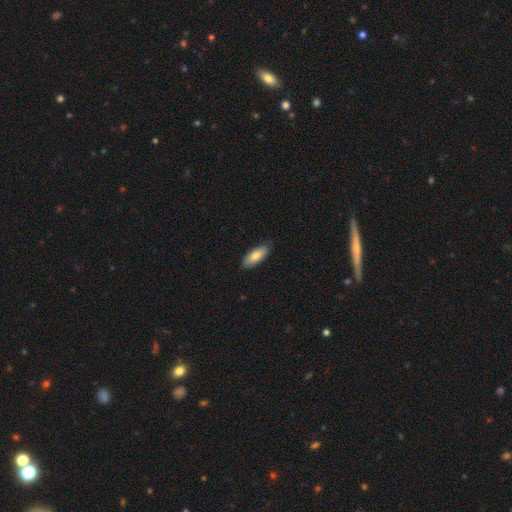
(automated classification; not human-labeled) Smooth or featured? Predicted: smooth (p=0.82). How rounded? Predicted: in between (p=0.74). Merging? Predicted: none (p=0.83).